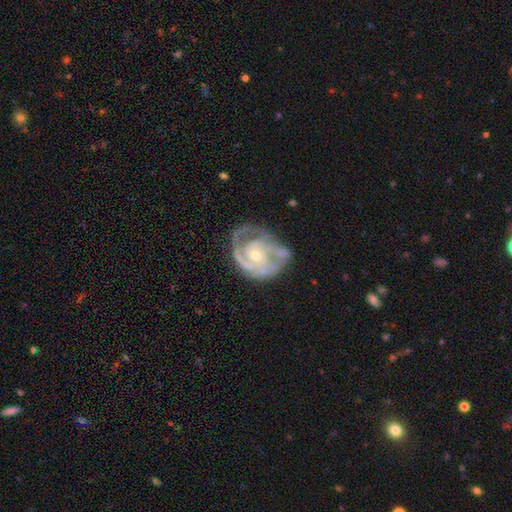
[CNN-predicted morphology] Smooth or featured? Predicted: featured or disk (p=0.85). Edge-on disk? Predicted: no (p=0.98). Bar? Predicted: no (p=0.71). Spiral arms? Predicted: yes (p=0.92). Spiral winding? Predicted: tight (p=0.55). Spiral arm count? Predicted: 2 (p=0.39). Bulge size? Predicted: small (p=0.60). Merging? Predicted: none (p=0.52).